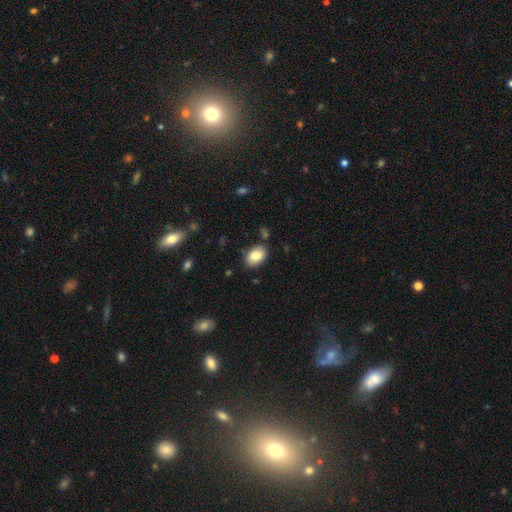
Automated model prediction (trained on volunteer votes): Smooth or featured? Predicted: smooth (p=0.85). How rounded? Predicted: in between (p=0.87). Merging? Predicted: none (p=0.83).